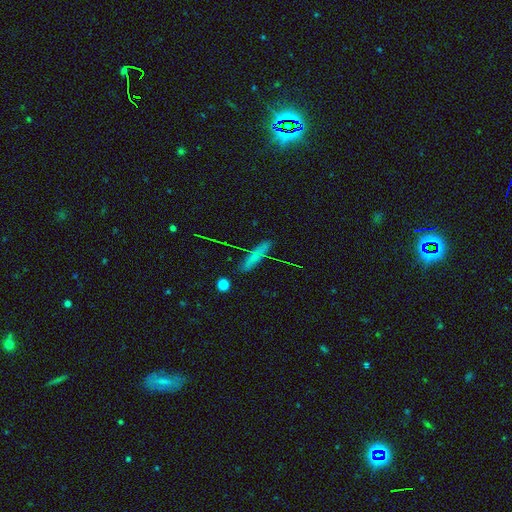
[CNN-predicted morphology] This is likely a smooth galaxy (65%). How rounded: likely cigar-shaped (80%). Merging: likely none (79%).